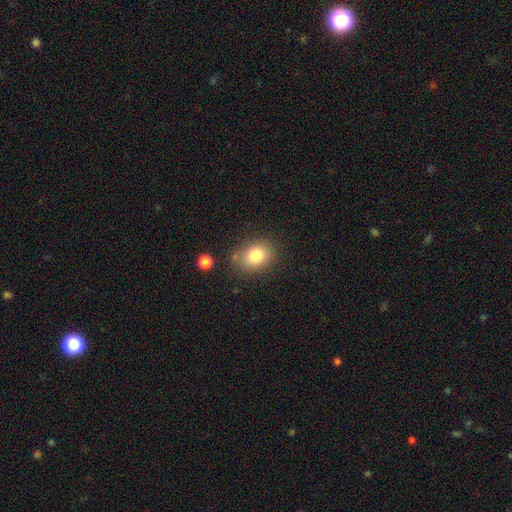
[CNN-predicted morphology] Overall: smooth (81%). How rounded: in between (58%; round 41%). Merging: none (73%).